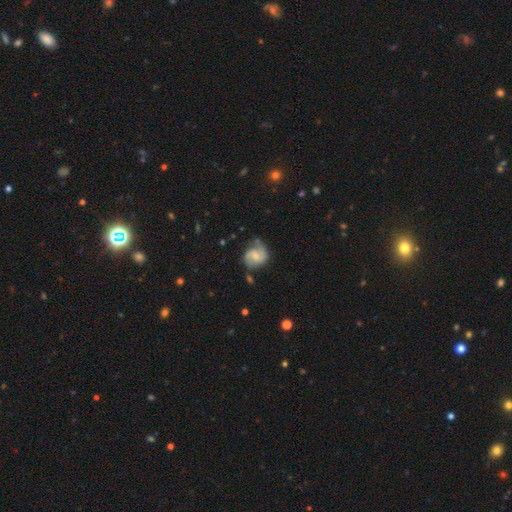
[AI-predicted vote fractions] featured or disk 66%, smooth 27%, star or artifact 7%. Down the decision tree: edge-on disk — no (98%); bar — no (47%); spiral arms — yes (92%); spiral arm count — 2 (79%); spiral winding — medium (46%); bulge size — small (47%); merging — none (61%).